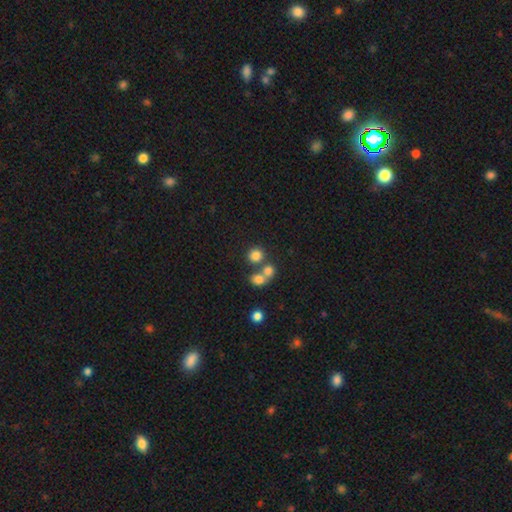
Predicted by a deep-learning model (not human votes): Morphology: type=smooth (78%); roundness=round (86%); merging=none (59%).